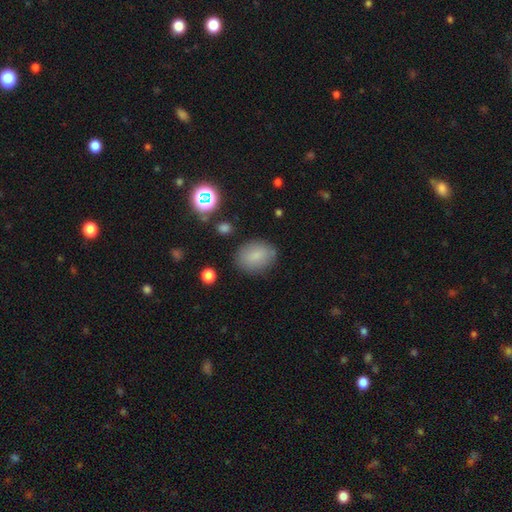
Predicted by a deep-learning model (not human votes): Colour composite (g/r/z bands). It shows a smooth galaxy with no disk features (81%) that is in between round and cigar-shaped (69%). Merging: none (82%).